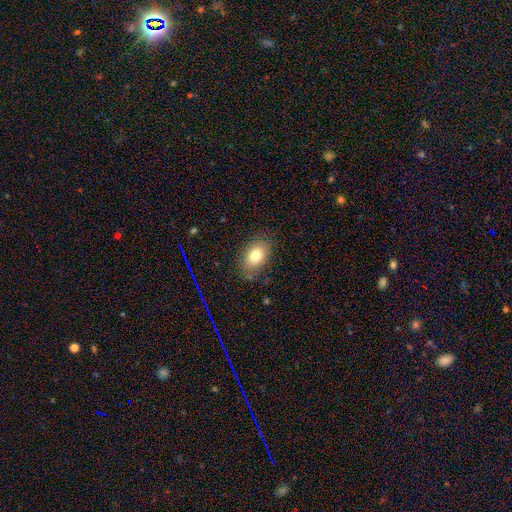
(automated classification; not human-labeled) This appears to be a smooth galaxy with no disk features (78%) that is in between round and cigar-shaped (84%). Merging: none (82%).